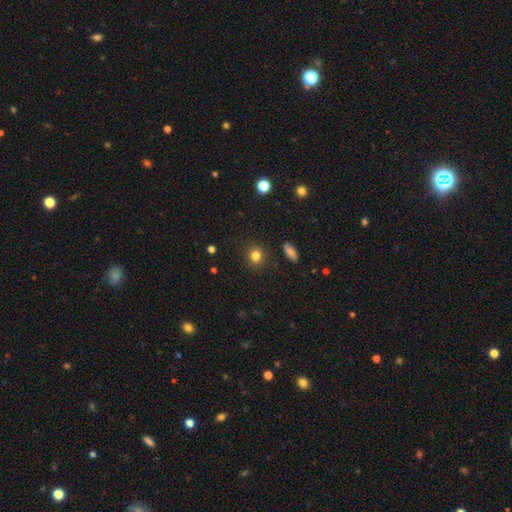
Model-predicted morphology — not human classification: A smooth galaxy with no disk features (82%) that is round (85%). Merging: none (89%).